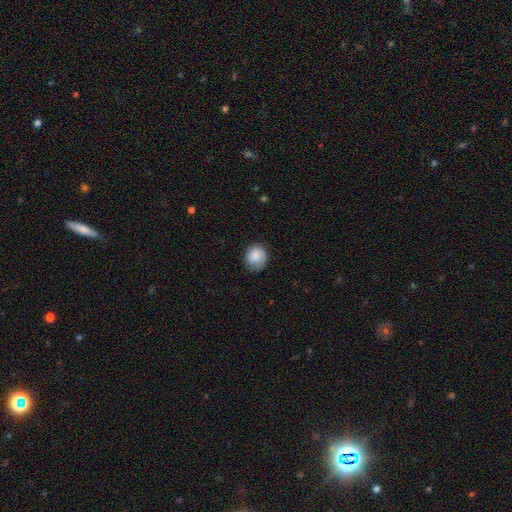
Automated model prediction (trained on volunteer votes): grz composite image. It shows a smooth galaxy with no disk features (69%) that is round (83%). Merging: none (72%).